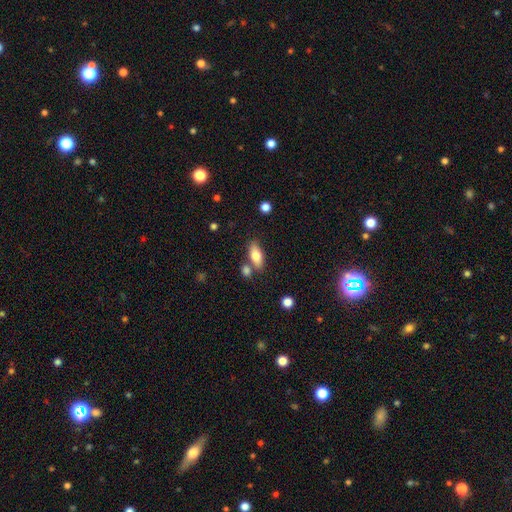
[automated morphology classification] Overall: smooth (76%). How rounded: in between (81%). Merging: none (68%).